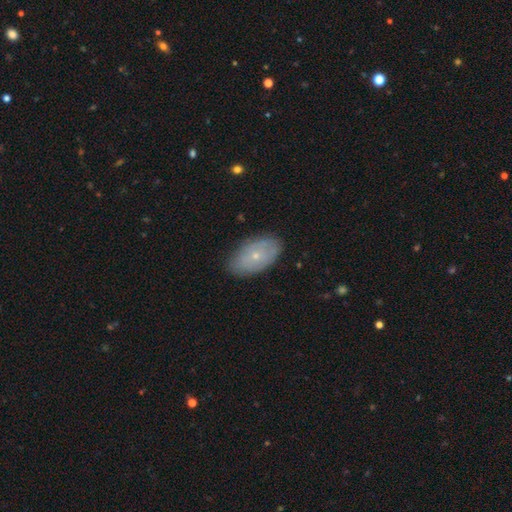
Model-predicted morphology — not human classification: Smooth or featured? Predicted: smooth (p=0.56). How rounded? Predicted: in between (p=0.92). Merging? Predicted: none (p=0.82).